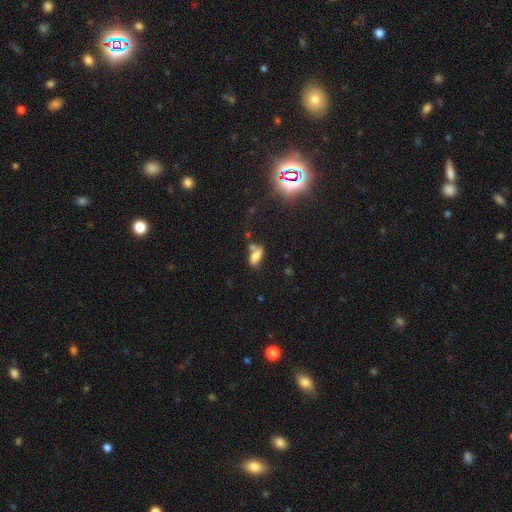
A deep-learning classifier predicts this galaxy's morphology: A smooth galaxy with no disk features (68%) that is in between round and cigar-shaped (85%).

Vote fractions:
- Smooth or featured? smooth: 68% / featured or disk: 19% / star or artifact: 13%
- How rounded? in between: 85% / cigar-shaped: 10% / round: 5%
- Merging? none: 43% / merger: 28% / minor disturbance: 20% / major disturbance: 9%